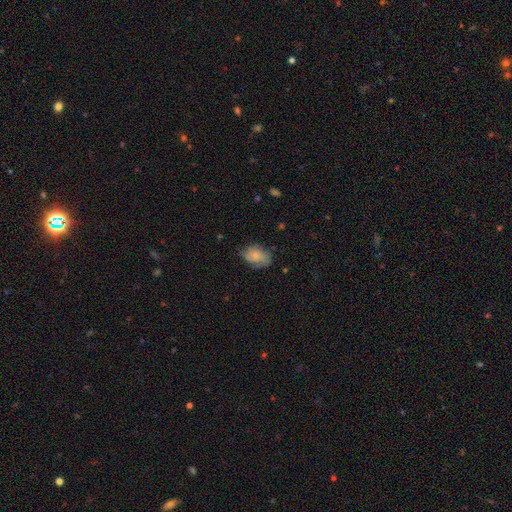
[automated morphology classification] Smooth or featured: smooth — 65% (featured or disk — 27%)
How rounded: in between — 84% (round — 14%)
Merging: none — 58% (minor disturbance — 31%)